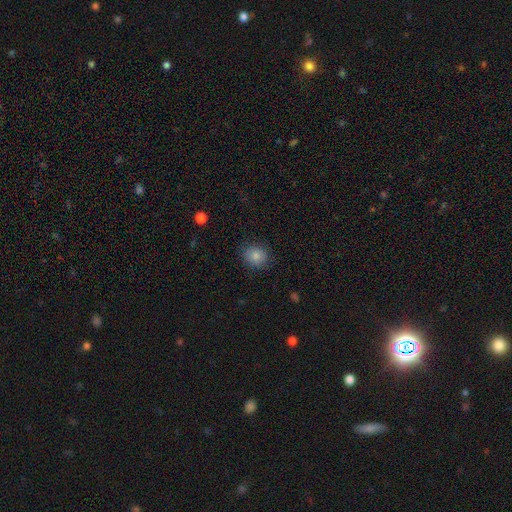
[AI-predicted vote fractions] smooth 84%, star or artifact 10%, featured or disk 6%. Down the decision tree: how rounded — round (72%); merging — none (84%).